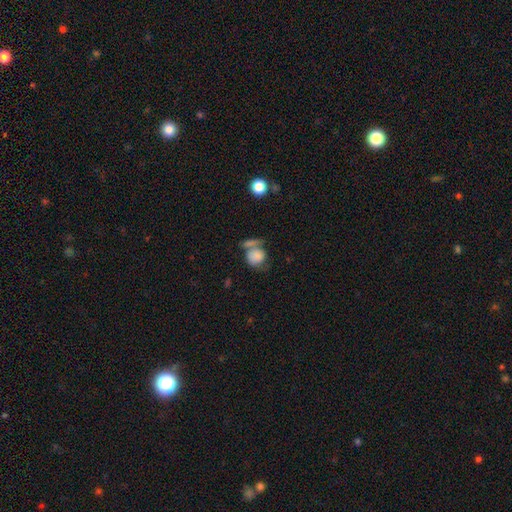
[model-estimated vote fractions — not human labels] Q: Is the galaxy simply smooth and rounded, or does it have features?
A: smooth — 79%.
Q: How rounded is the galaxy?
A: round — 73%.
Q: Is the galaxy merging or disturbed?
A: merger — 40%.